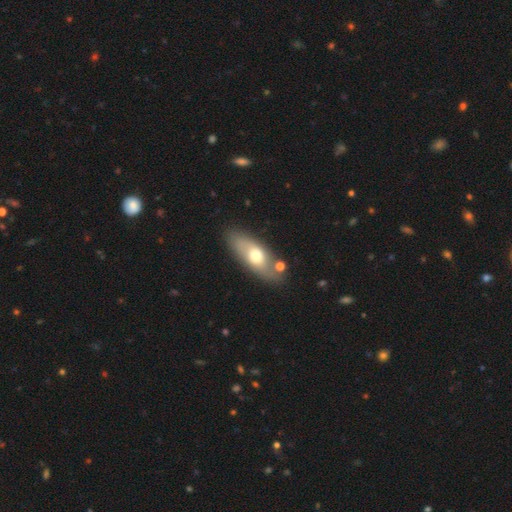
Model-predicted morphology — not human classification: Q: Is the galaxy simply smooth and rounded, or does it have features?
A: smooth — 61%.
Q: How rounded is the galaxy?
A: in between — 75%.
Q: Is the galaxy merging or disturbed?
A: none — 76%.